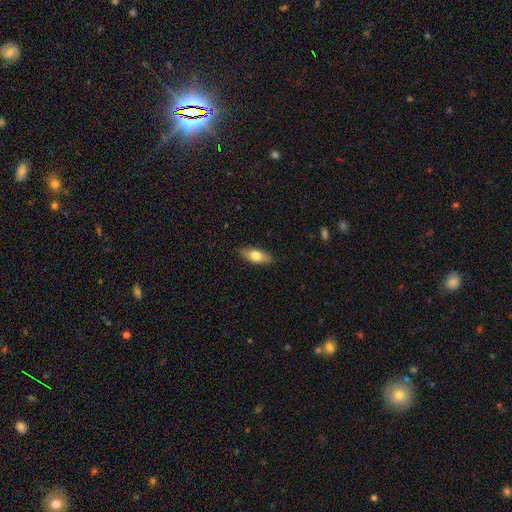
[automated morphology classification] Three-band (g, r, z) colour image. It shows a smooth galaxy with no disk features (72%) that is in between round and cigar-shaped (79%). Merging: none (87%).